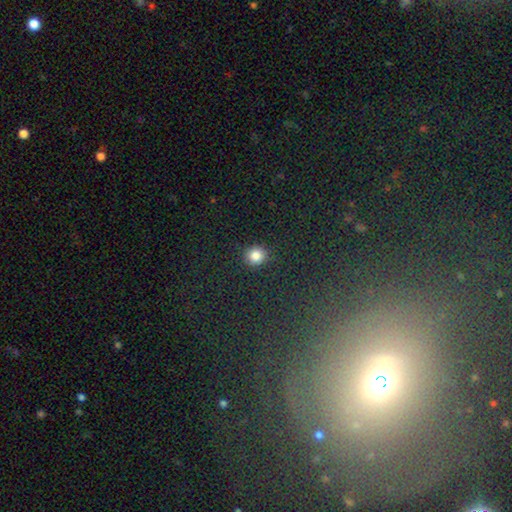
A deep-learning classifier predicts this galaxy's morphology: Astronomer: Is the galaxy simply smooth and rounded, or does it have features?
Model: smooth — 84%.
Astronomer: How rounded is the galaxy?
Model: round — 91%.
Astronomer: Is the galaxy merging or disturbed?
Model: none — 91%.